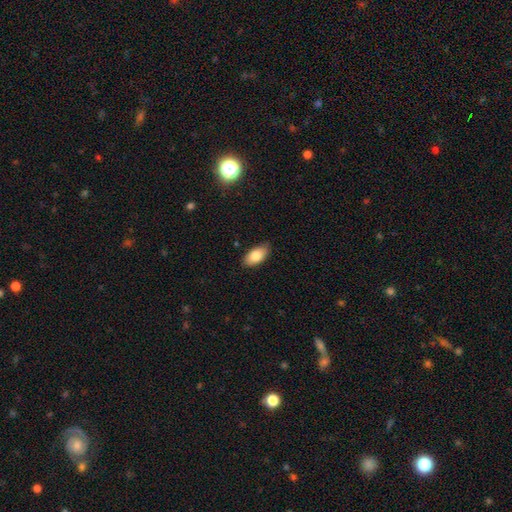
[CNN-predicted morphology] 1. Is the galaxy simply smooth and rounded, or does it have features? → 82% smooth, 11% featured or disk, 7% star or artifact.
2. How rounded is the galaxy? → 93% in between, 3% cigar-shaped, 3% round.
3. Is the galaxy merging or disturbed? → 85% none, 12% minor disturbance, 2% major disturbance, 1% merger.